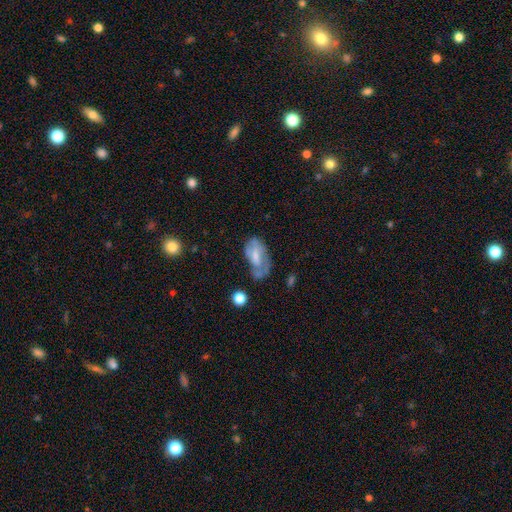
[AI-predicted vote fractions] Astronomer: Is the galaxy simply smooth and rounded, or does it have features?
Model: featured or disk — 53% (runner-up: smooth, 39%).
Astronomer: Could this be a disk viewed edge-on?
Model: no — 93%.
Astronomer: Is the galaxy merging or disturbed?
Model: none — 39% (runner-up: minor disturbance, 30%).